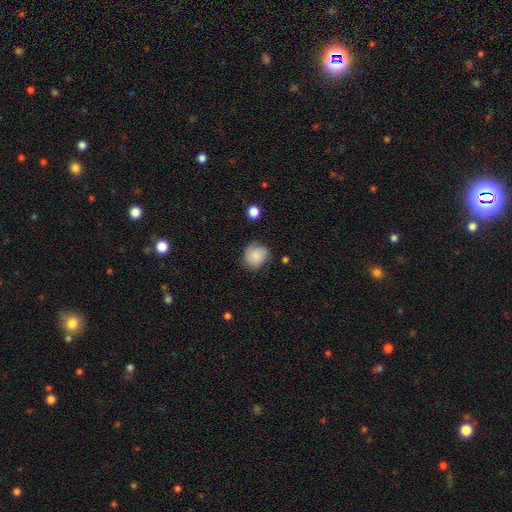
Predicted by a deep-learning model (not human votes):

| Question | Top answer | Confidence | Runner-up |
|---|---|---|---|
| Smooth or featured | smooth | 74% | featured or disk (18%) |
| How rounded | round | 73% | in between (26%) |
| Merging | none | 65% | minor disturbance (26%) |